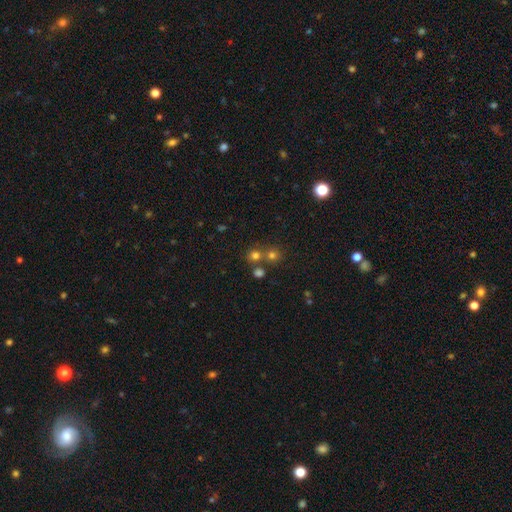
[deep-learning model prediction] Smooth or featured? Predicted: smooth (p=0.70). How rounded? Predicted: round (p=0.84). Merging? Predicted: none (p=0.58).